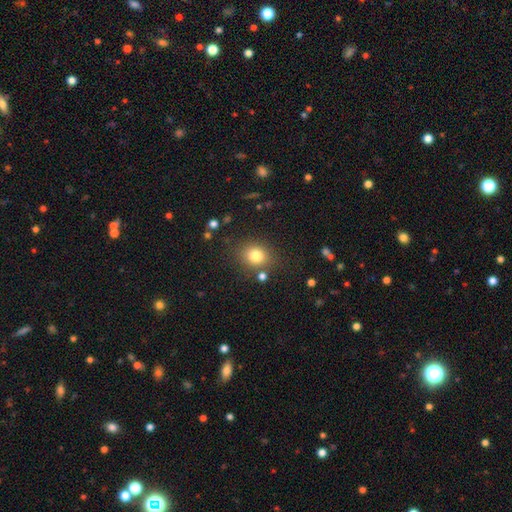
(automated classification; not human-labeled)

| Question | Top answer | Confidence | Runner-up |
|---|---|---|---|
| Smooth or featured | smooth | 80% | star or artifact (13%) |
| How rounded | round | 70% | in between (29%) |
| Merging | none | 80% | minor disturbance (10%) |